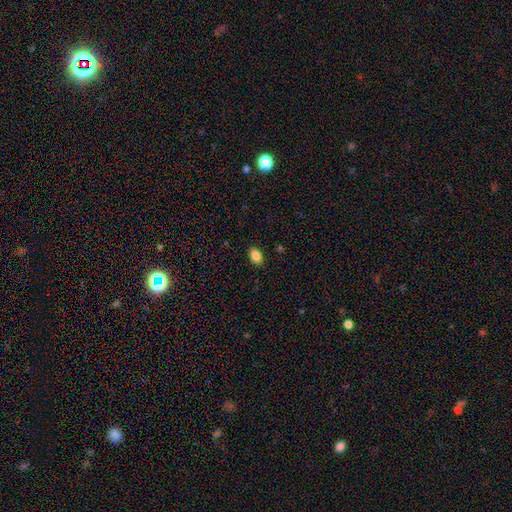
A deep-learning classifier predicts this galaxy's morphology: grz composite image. It shows a smooth galaxy with no disk features (87%) that is in between round and cigar-shaped (87%). Merging: none (89%).